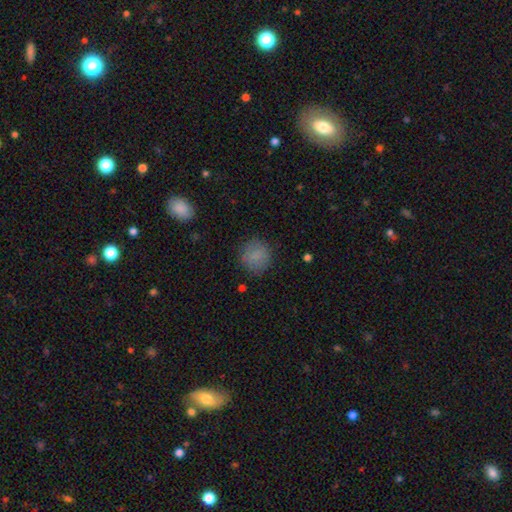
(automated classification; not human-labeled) This is clearly a smooth galaxy (82%). How rounded: clearly round (87%). Merging: clearly none (83%).